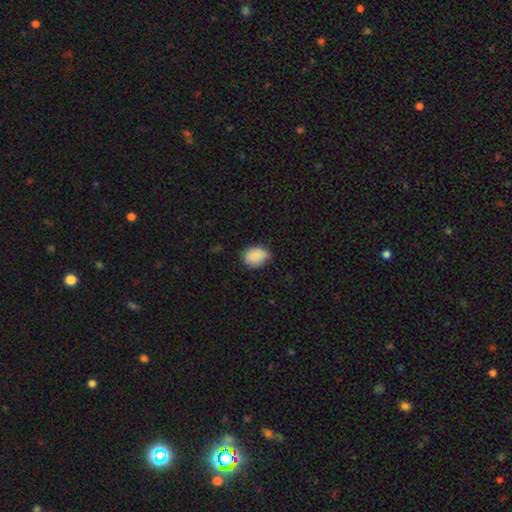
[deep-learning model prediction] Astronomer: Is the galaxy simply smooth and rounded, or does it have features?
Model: smooth — 88%.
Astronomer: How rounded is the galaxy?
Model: in between — 67%.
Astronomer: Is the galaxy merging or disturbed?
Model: none — 74%.